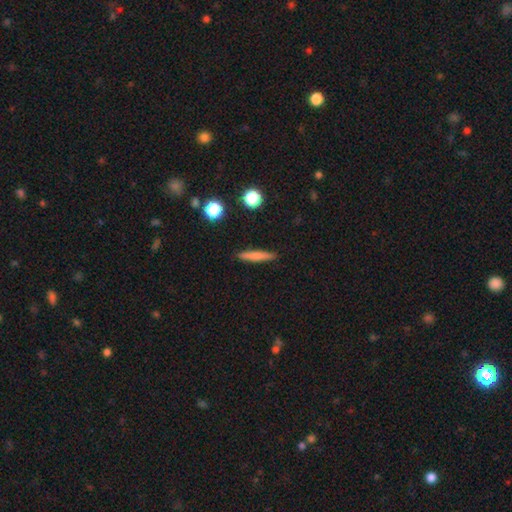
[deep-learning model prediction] This appears to be a smooth galaxy with no disk features (72%) that is cigar-shaped (91%). Merging: none (89%).